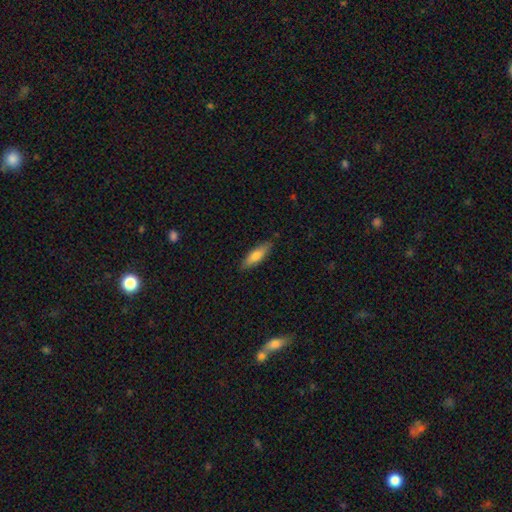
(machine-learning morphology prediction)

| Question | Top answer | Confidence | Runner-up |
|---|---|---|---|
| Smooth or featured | smooth | 73% | featured or disk (21%) |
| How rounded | cigar-shaped | 57% | in between (41%) |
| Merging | none | 86% | minor disturbance (11%) |